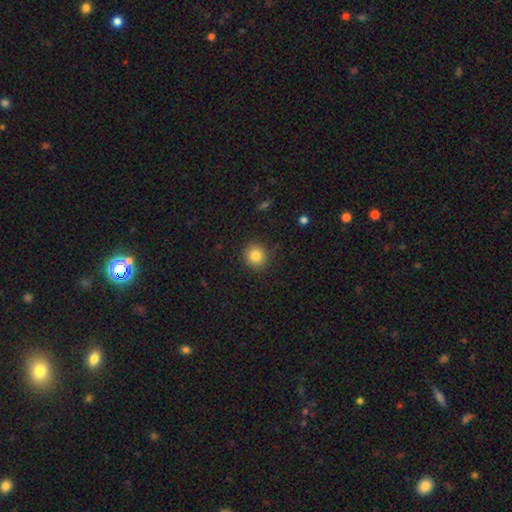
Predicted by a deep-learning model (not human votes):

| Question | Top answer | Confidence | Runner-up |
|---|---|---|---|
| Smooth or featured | smooth | 83% | star or artifact (11%) |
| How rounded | round | 92% | in between (8%) |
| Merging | none | 90% | minor disturbance (7%) |